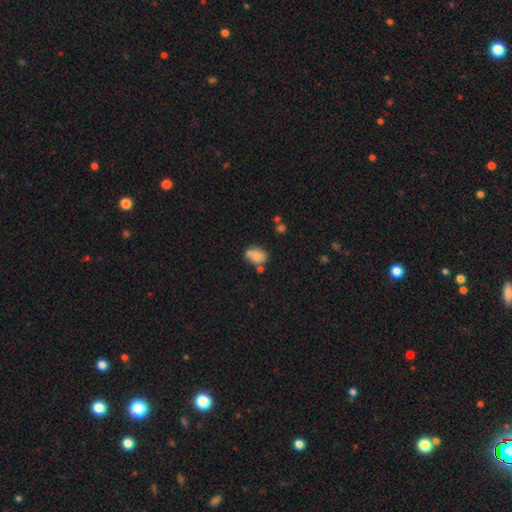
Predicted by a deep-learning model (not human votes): This appears to be a smooth galaxy with no disk features (77%) that is in between round and cigar-shaped (72%). Merging: none (52%).